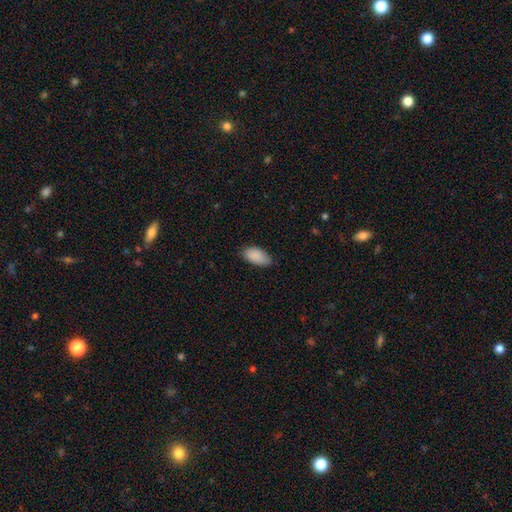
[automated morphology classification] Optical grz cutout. It shows a smooth galaxy with no disk features (90%) that is in between round and cigar-shaped (94%). Merging: none (76%).